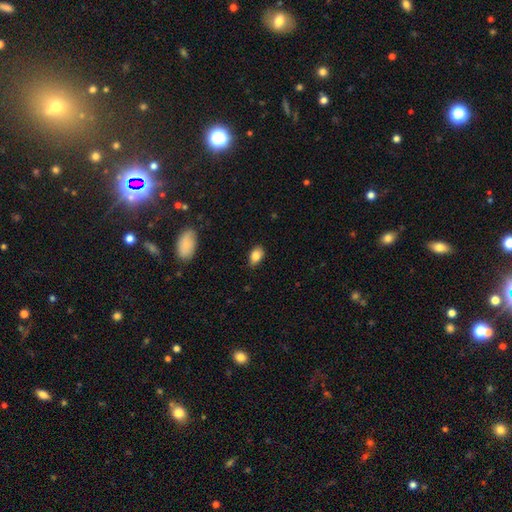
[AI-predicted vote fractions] Q: Smooth or featured?
A: smooth (84%); runner-up: star or artifact (8%)
Q: How rounded?
A: in between (86%); runner-up: round (13%)
Q: Merging?
A: none (81%); runner-up: minor disturbance (16%)